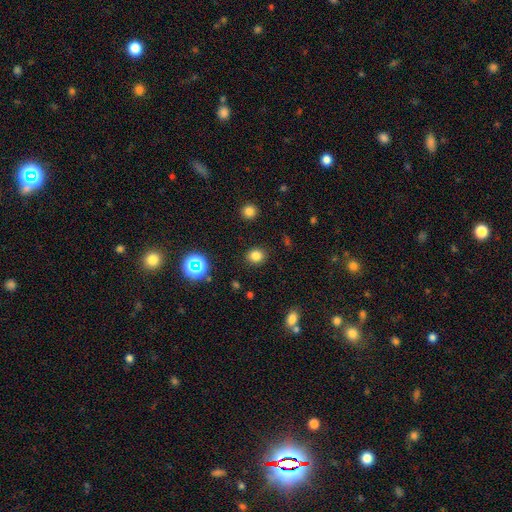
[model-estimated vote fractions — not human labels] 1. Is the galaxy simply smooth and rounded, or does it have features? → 80% smooth, 15% star or artifact, 6% featured or disk.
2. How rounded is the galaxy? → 72% round, 27% in between, 1% cigar-shaped.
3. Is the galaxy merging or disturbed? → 89% none, 7% minor disturbance, 3% major disturbance, 1% merger.